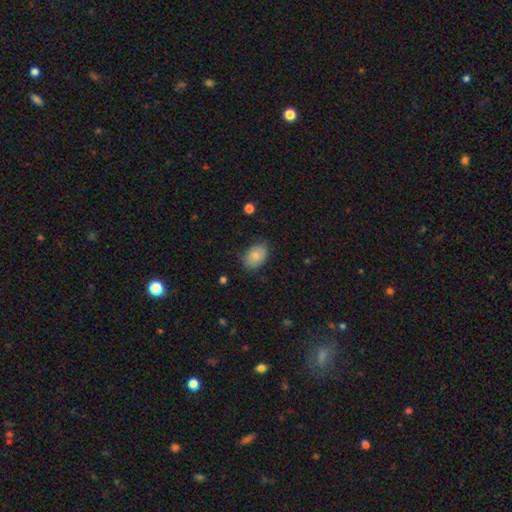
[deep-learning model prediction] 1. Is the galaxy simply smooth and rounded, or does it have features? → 82% smooth, 11% featured or disk, 7% star or artifact.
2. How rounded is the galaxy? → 85% in between, 14% round, 1% cigar-shaped.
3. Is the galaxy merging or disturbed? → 80% none, 16% minor disturbance, 3% major disturbance, 1% merger.